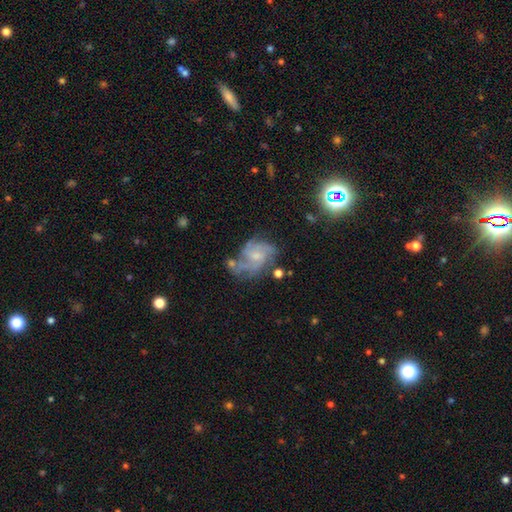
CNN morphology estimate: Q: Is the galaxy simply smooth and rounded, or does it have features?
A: featured or disk — 77%.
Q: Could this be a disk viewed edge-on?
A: no — 97%.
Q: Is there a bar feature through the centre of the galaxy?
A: no — 58%.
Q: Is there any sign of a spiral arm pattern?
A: yes — 92%.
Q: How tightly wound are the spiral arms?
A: medium — 48%.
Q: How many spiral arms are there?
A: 3 — 32%.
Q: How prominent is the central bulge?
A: small — 56%.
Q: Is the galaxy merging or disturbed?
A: none — 54%.